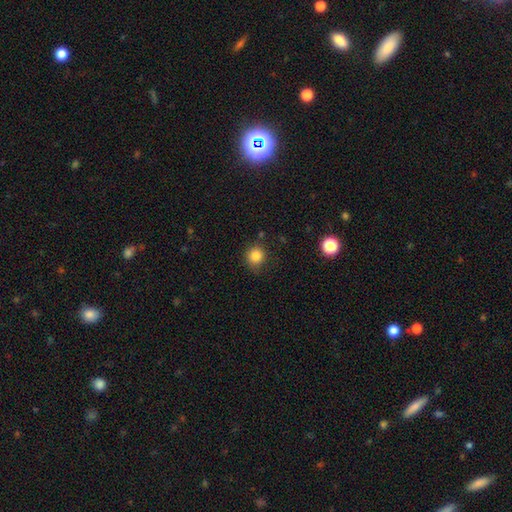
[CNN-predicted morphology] type=smooth (84%); roundness=round (90%); merging=none (78%).